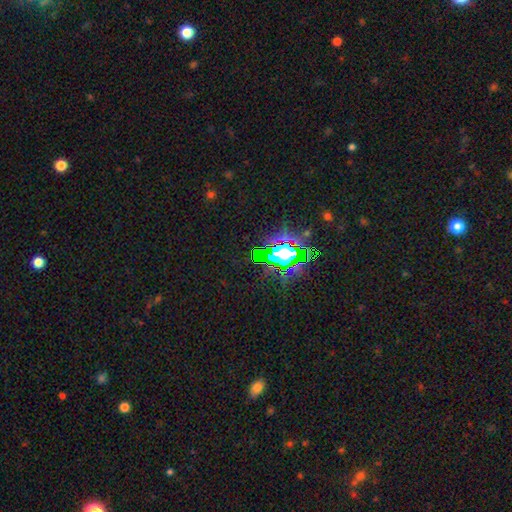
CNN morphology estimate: A star or artifact, not a galaxy (77%).